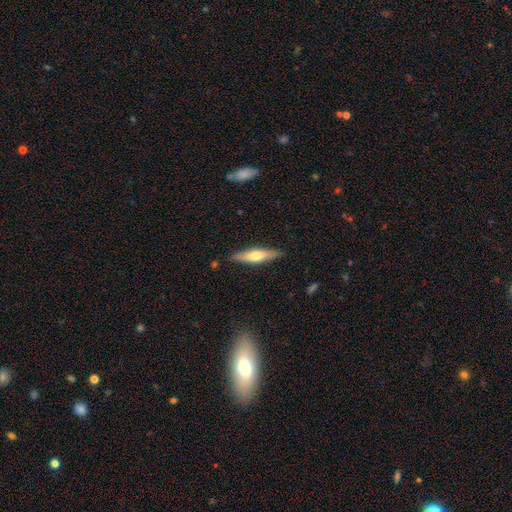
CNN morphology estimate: A smooth galaxy with no disk features (48%). Merging: none (86%).